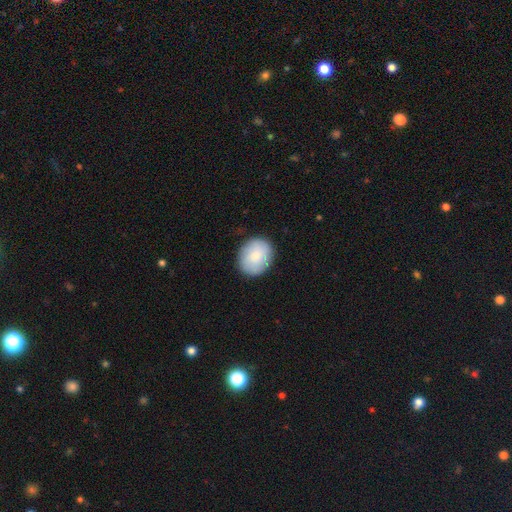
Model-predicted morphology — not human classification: Q: Smooth or featured?
A: smooth (79%); runner-up: featured or disk (15%)
Q: How rounded?
A: round (67%); runner-up: in between (32%)
Q: Merging?
A: none (85%); runner-up: minor disturbance (11%)